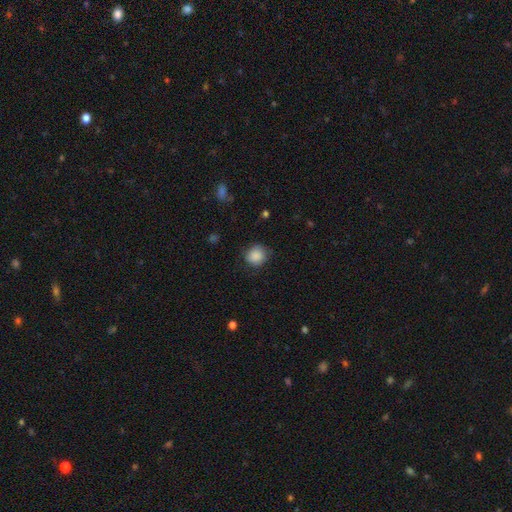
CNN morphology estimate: Smooth or featured?
  - smooth: 88% *
  - star or artifact: 8%
  - featured or disk: 4%
How rounded?
  - round: 87% *
  - in between: 12%
  - cigar-shaped: 1%
Merging?
  - none: 80% *
  - minor disturbance: 15%
  - major disturbance: 4%
  - merger: 1%